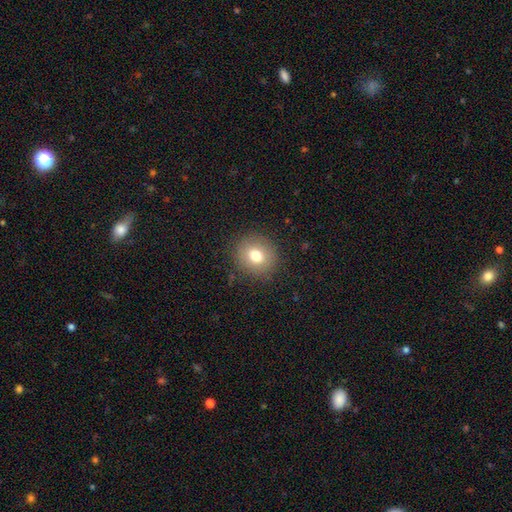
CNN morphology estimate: A smooth galaxy with no disk features (76%) that is round (84%). Merging: none (88%).